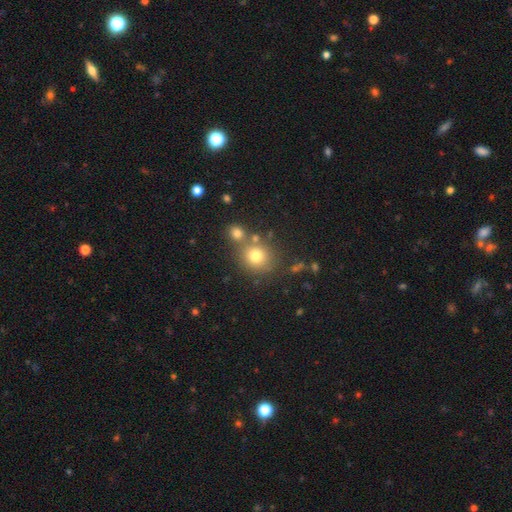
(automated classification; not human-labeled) smooth 75%, star or artifact 14%, featured or disk 11%. Down the decision tree: how rounded — round (86%); merging — none (65%).